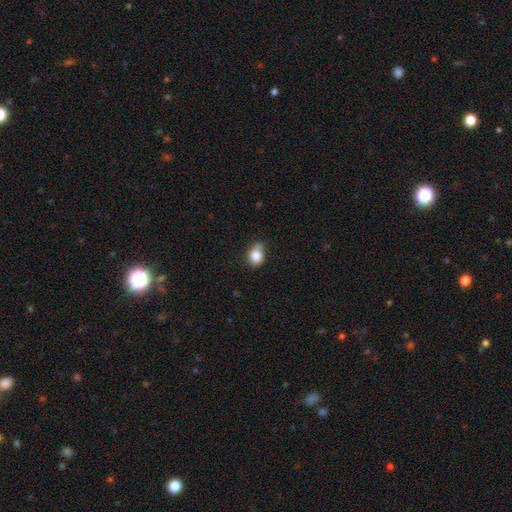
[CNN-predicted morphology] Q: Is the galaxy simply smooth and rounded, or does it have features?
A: smooth — 83%.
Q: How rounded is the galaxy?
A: round — 57%.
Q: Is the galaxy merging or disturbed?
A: none — 54%.